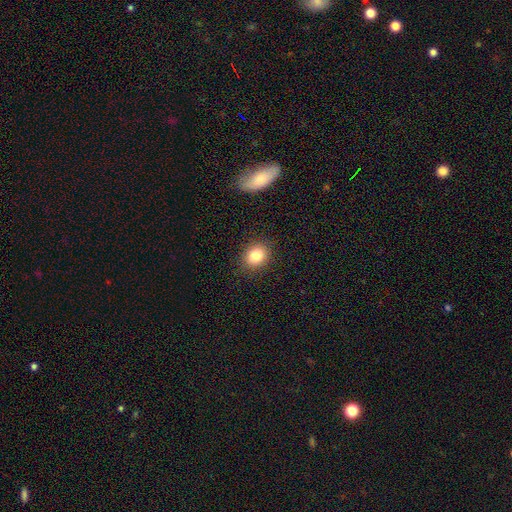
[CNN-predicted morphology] Smooth or featured? smooth (83%)
How rounded? round (52%)
Merging? none (87%)